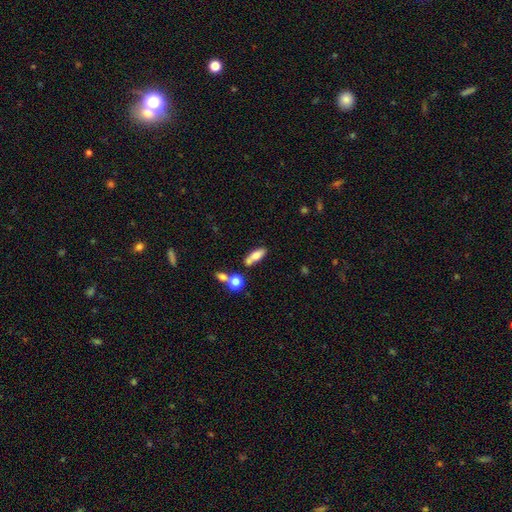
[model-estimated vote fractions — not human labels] This appears to be a smooth galaxy with no disk features (69%) that is in between round and cigar-shaped (68%). Merging: none (61%).